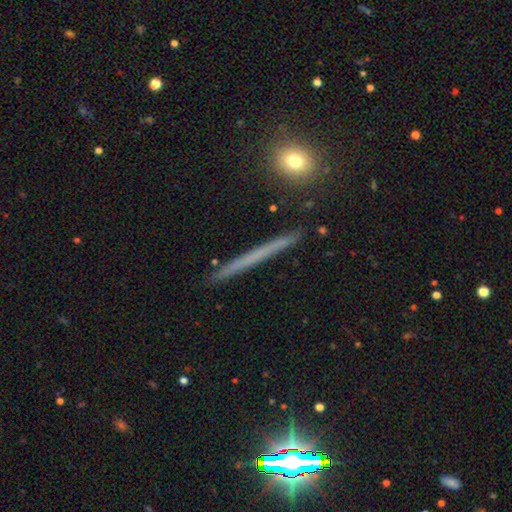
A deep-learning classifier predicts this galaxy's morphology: Smooth or featured?
  - featured or disk: 46% *
  - smooth: 35%
  - star or artifact: 19%
Merging?
  - none: 88% *
  - minor disturbance: 8%
  - major disturbance: 2%
  - merger: 2%